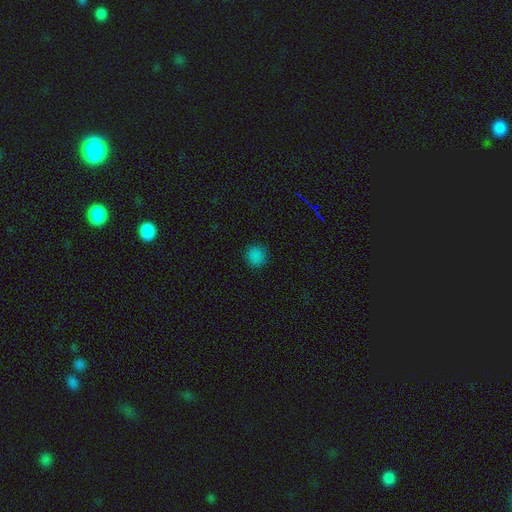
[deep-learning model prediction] Q: Smooth or featured?
A: smooth (83%); runner-up: star or artifact (15%)
Q: How rounded?
A: round (92%); runner-up: in between (7%)
Q: Merging?
A: none (90%); runner-up: minor disturbance (7%)